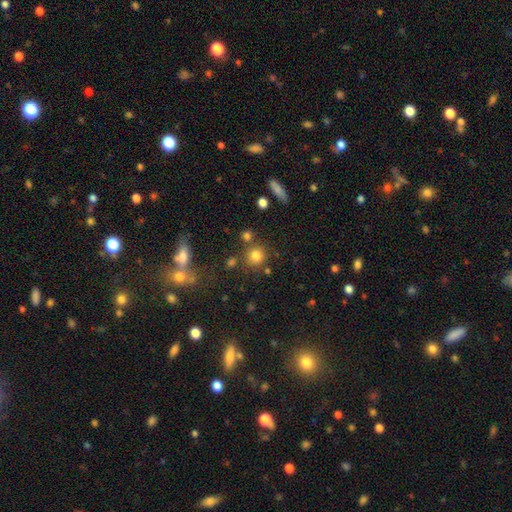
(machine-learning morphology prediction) Smooth or featured: smooth — 79% (star or artifact — 14%)
How rounded: round — 89% (in between — 10%)
Merging: none — 76% (merger — 11%)